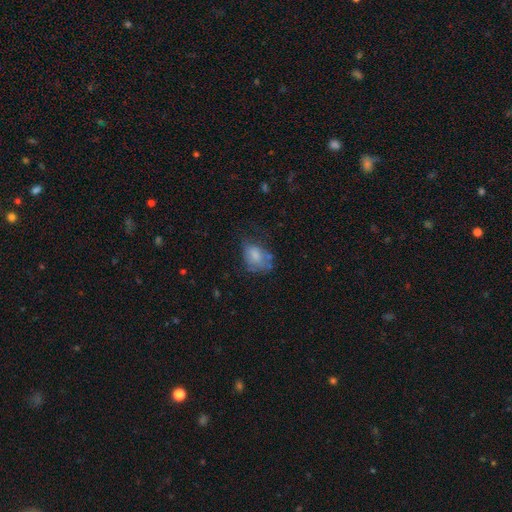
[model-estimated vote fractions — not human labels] Smooth or featured? Predicted: smooth (p=0.70). How rounded? Predicted: in between (p=0.79). Merging? Predicted: none (p=0.42).